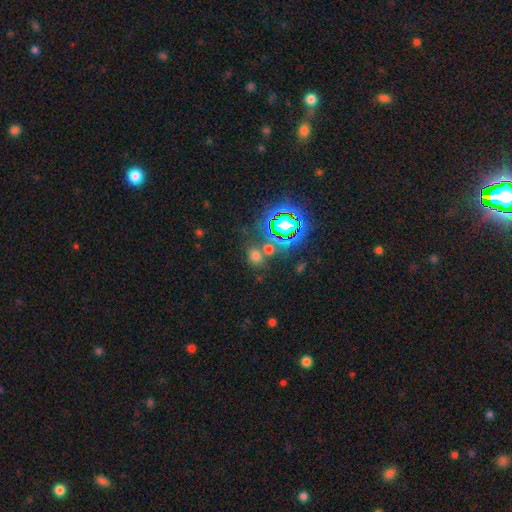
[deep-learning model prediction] Smooth or featured? Predicted: smooth (p=0.57). How rounded? Predicted: round (p=0.66). Merging? Predicted: none (p=0.70).